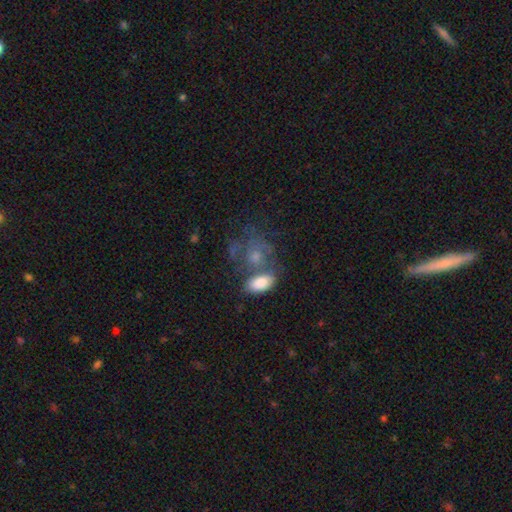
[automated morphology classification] smooth_or_featured: smooth (p=0.61) [alt: featured or disk p=0.28]
how_rounded: in between (p=0.69) [alt: round p=0.28]
merging: merger (p=0.36) [alt: none p=0.33]